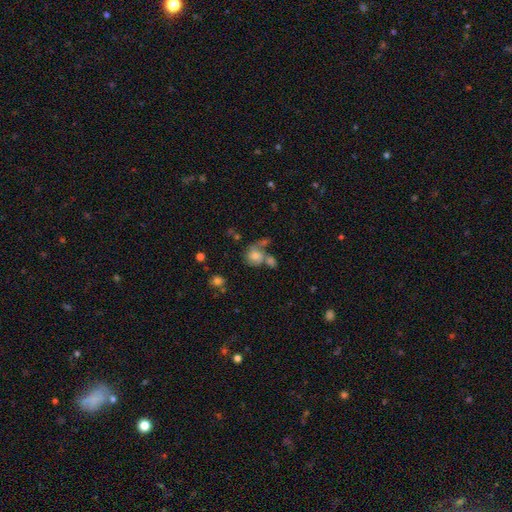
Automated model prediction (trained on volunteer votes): A smooth galaxy with no disk features (54%) that is round (65%).

Vote fractions:
- Smooth or featured? smooth: 54% / featured or disk: 34% / star or artifact: 12%
- How rounded? round: 65% / in between: 33% / cigar-shaped: 1%
- Merging? merger: 36% / none: 29% / major disturbance: 19% / minor disturbance: 16%